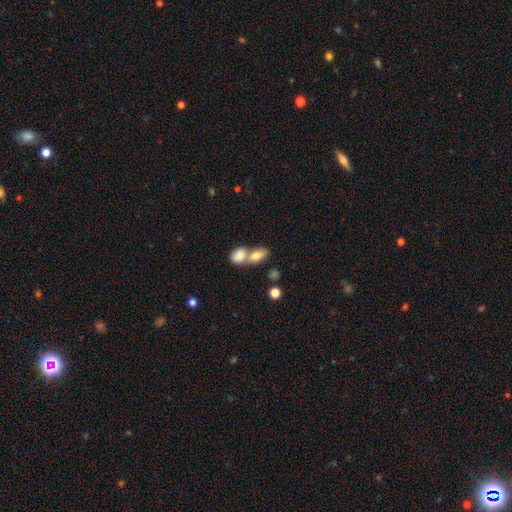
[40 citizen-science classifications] A smooth galaxy with no disk features (82%) that is in between round and cigar-shaped (85%). Merging: merger (64%).